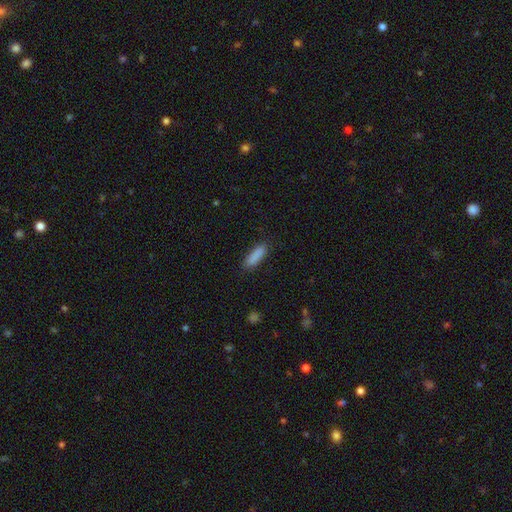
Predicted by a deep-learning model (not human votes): Morphology: type=smooth (88%); roundness=cigar-shaped (56%); merging=none (86%).